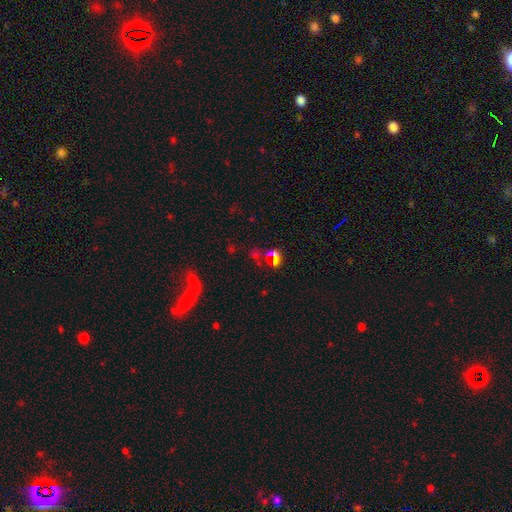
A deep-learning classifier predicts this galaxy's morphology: star or artifact 51%, smooth 34%, featured or disk 14%.